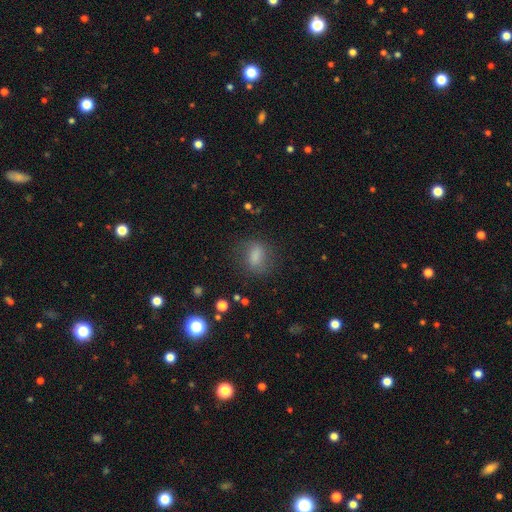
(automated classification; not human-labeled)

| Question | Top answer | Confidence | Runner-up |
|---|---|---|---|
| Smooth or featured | smooth | 69% | star or artifact (16%) |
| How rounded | in between | 64% | round (29%) |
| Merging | none | 75% | minor disturbance (16%) |